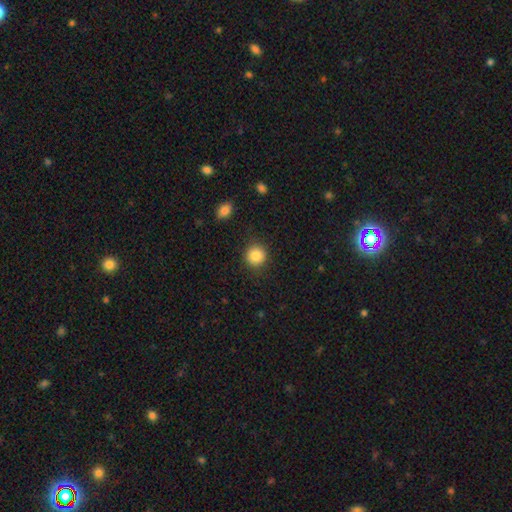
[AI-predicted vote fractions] A smooth galaxy with no disk features (86%) that is round (91%).

Vote fractions:
- Smooth or featured? smooth: 86% / star or artifact: 9% / featured or disk: 4%
- How rounded? round: 91% / in between: 8% / cigar-shaped: 1%
- Merging? none: 88% / minor disturbance: 8% / major disturbance: 3% / merger: 1%